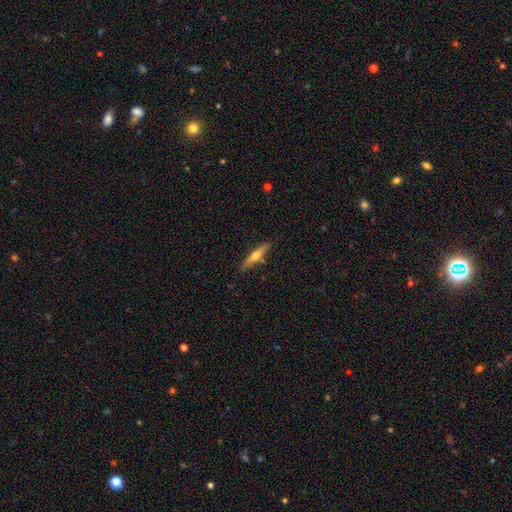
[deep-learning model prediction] The model was most divided on "smooth or featured": featured or disk: 54%, smooth: 40%, star or artifact: 6%. More confident: edge-on disk — yes (95%); edge-on bulge — rounded (91%); merging — none (85%).